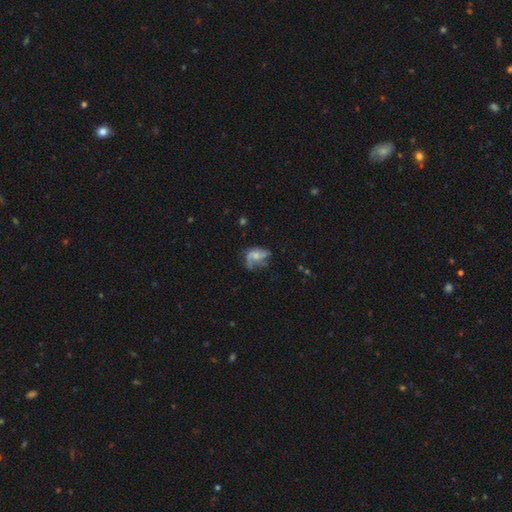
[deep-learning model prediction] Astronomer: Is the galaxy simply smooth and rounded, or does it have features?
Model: featured or disk — 63%.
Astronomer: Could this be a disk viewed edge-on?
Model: no — 97%.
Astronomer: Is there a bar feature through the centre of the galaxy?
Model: no — 68%.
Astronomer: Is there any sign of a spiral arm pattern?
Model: yes — 75%.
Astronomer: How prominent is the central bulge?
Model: small — 49% (runner-up: moderate, 29%).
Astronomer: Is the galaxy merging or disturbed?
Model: none — 37% (runner-up: major disturbance, 35%).